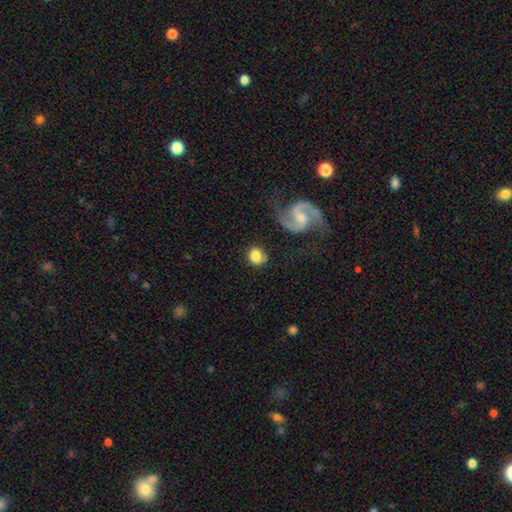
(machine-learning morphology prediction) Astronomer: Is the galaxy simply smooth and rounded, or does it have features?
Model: smooth — 71%.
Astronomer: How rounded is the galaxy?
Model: round — 75%.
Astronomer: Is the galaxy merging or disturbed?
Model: none — 69%.